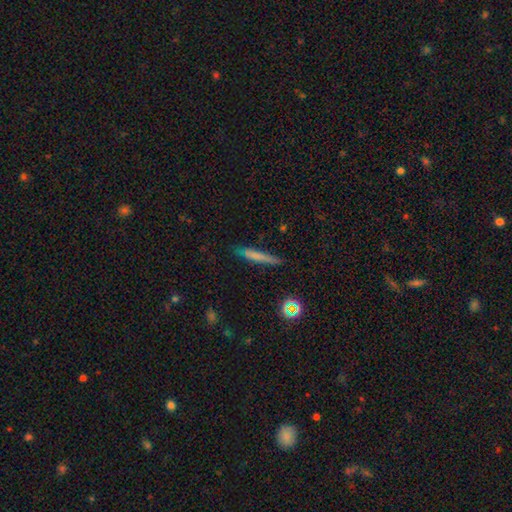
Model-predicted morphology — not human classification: Smooth or featured?
  - smooth: 64% *
  - featured or disk: 24%
  - star or artifact: 12%
How rounded?
  - cigar-shaped: 92% *
  - in between: 5%
  - round: 3%
Merging?
  - none: 78% *
  - minor disturbance: 17%
  - major disturbance: 4%
  - merger: 2%